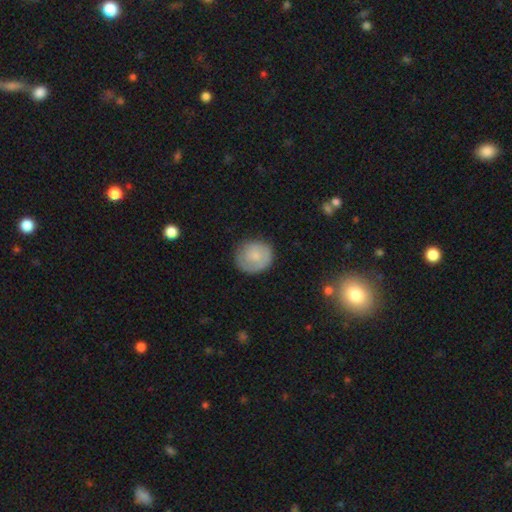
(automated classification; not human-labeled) Smooth or featured? Predicted: smooth (p=0.74). How rounded? Predicted: round (p=0.85). Merging? Predicted: none (p=0.77).